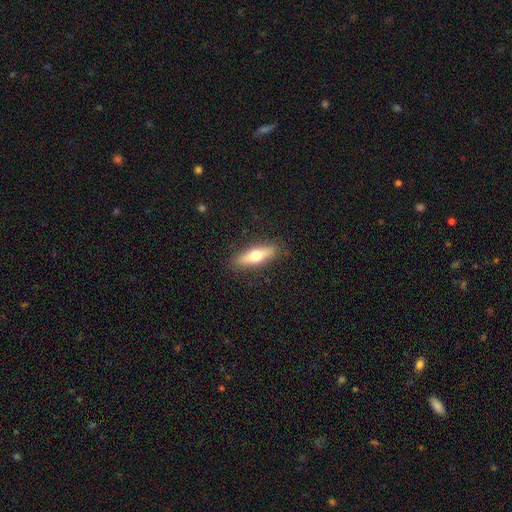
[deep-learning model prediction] Morphology: type=smooth (56%); roundness=cigar-shaped (58%); merging=none (88%).